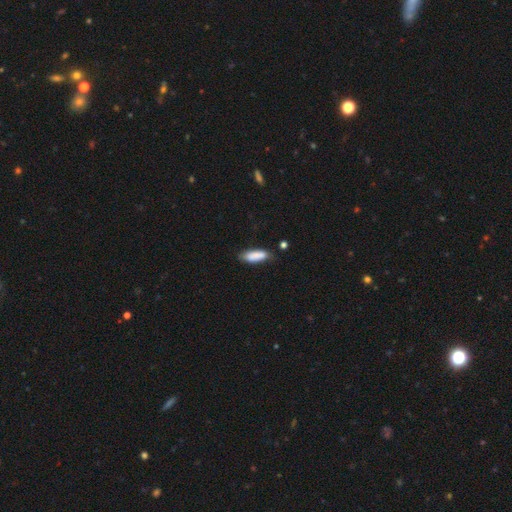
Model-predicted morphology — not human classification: A smooth galaxy with no disk features (84%) that is in between round and cigar-shaped (61%).

Vote fractions:
- Smooth or featured? smooth: 84% / featured or disk: 9% / star or artifact: 7%
- How rounded? in between: 61% / cigar-shaped: 37% / round: 2%
- Merging? none: 63% / minor disturbance: 27% / major disturbance: 6% / merger: 5%